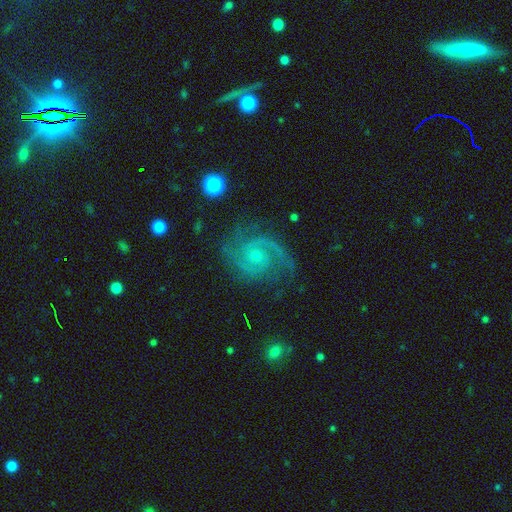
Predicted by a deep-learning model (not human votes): Q: Smooth or featured?
A: featured or disk (89%); runner-up: star or artifact (6%)
Q: Edge-on disk?
A: no (98%); runner-up: yes (2%)
Q: Bar?
A: no (67%); runner-up: weak (29%)
Q: Spiral arms?
A: yes (98%); runner-up: no (2%)
Q: Spiral winding?
A: medium (50%); runner-up: tight (38%)
Q: Spiral arm count?
A: 2 (62%); runner-up: 3 (16%)
Q: Bulge size?
A: small (68%); runner-up: moderate (26%)
Q: Merging?
A: none (72%); runner-up: minor disturbance (17%)